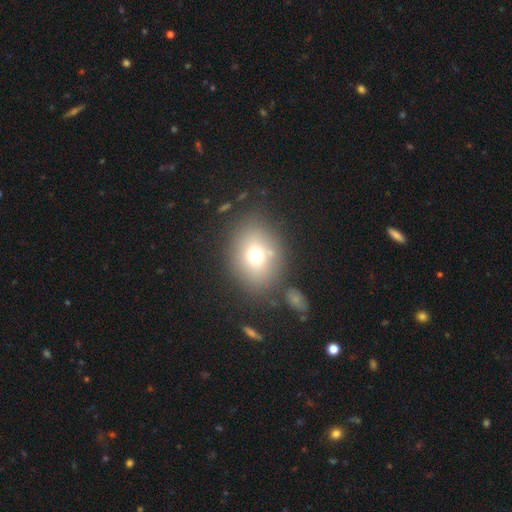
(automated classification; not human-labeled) This is likely a smooth galaxy (69%). How rounded: possibly round (53%). Merging: likely none (76%).